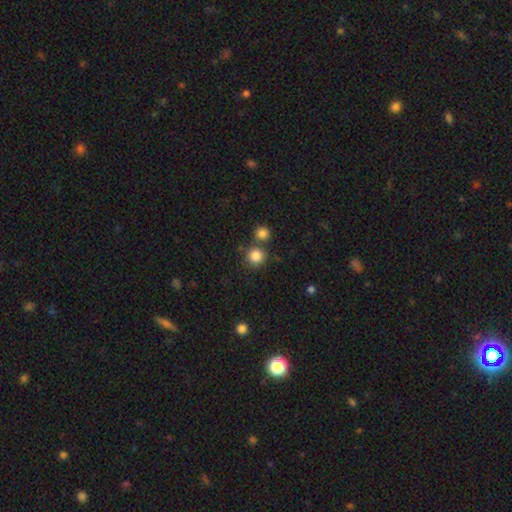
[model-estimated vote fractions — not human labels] Smooth or featured: smooth — 84% (star or artifact — 11%)
How rounded: round — 92% (in between — 7%)
Merging: none — 72% (merger — 18%)